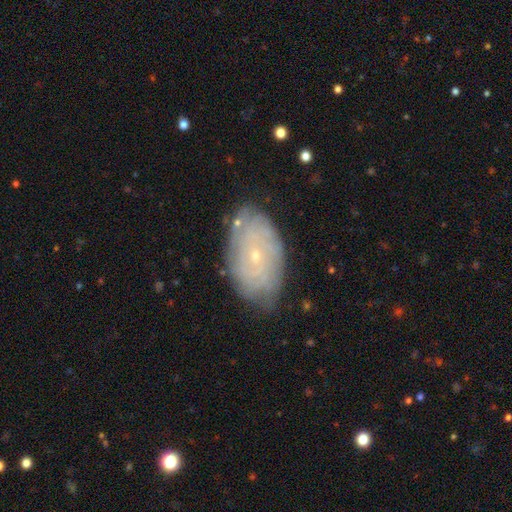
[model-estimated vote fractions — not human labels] This appears to be a featured or disk galaxy (65%) with no bar (83%), spiral arms (75%) and a small central bulge (84%). Merging: none (76%).